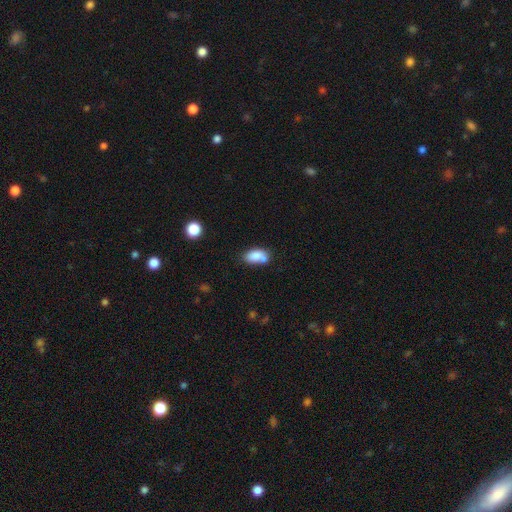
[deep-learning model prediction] Smooth or featured? Predicted: smooth (p=0.81). How rounded? Predicted: in between (p=0.90). Merging? Predicted: none (p=0.47).